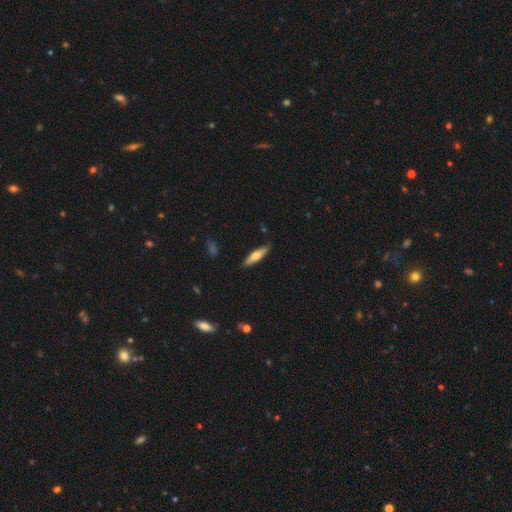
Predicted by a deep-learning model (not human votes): smooth-or-featured: smooth: 62% | featured or disk: 32% | star or artifact: 6%
  how-rounded: cigar-shaped: 70% | in between: 29% | round: 2%
  merging: none: 85% | minor disturbance: 12% | major disturbance: 2% | merger: 1%